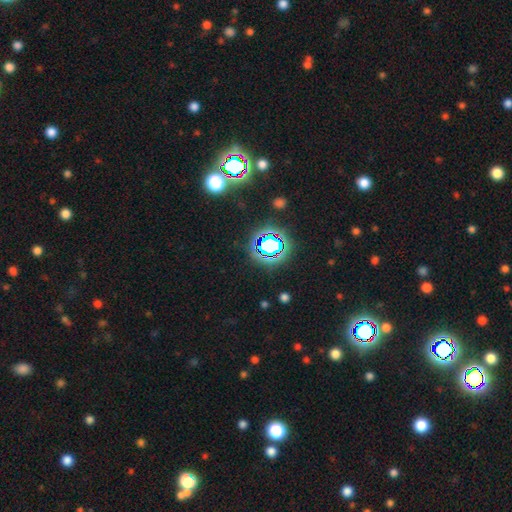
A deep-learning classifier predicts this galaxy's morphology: Overall: star or artifact (81%).